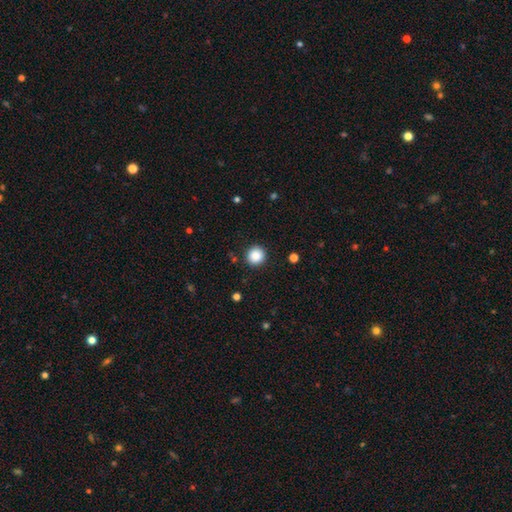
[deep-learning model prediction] Smooth or featured? Predicted: smooth (p=0.87). How rounded? Predicted: round (p=0.92). Merging? Predicted: none (p=0.91).